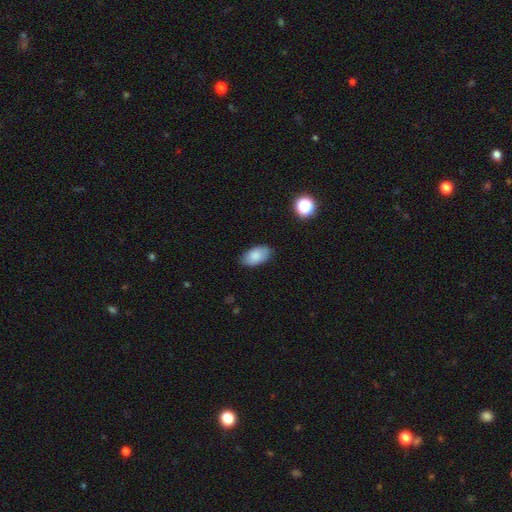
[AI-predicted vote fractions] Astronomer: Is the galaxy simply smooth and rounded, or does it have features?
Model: smooth — 85%.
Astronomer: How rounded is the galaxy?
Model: in between — 94%.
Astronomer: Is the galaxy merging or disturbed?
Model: none — 83%.